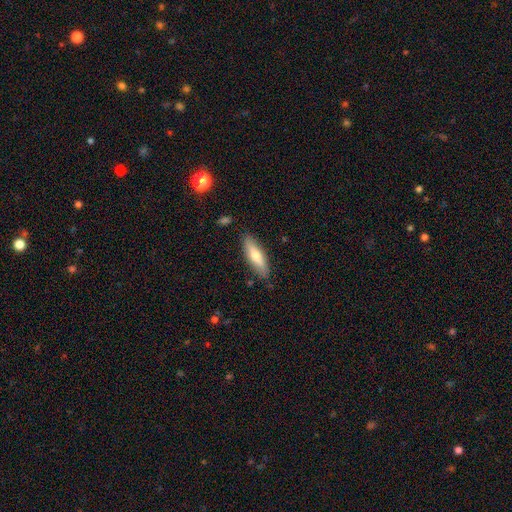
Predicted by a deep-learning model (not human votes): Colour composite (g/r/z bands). It shows a smooth galaxy with no disk features (65%) that is cigar-shaped (60%). Merging: none (84%).